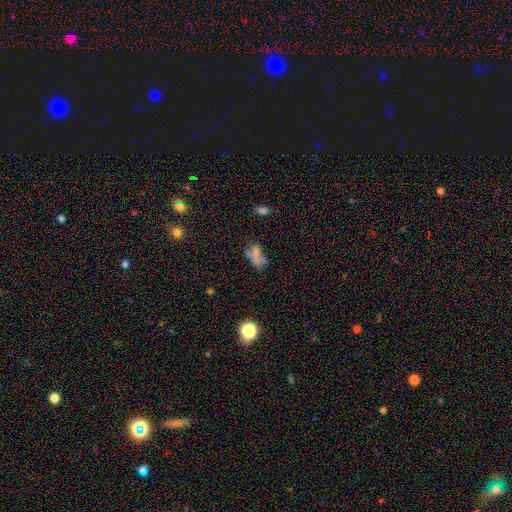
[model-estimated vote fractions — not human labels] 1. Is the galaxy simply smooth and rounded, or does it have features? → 60% smooth, 20% star or artifact, 20% featured or disk.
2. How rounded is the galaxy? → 84% in between, 9% round, 7% cigar-shaped.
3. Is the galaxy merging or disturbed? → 37% none, 23% minor disturbance, 21% major disturbance, 19% merger.